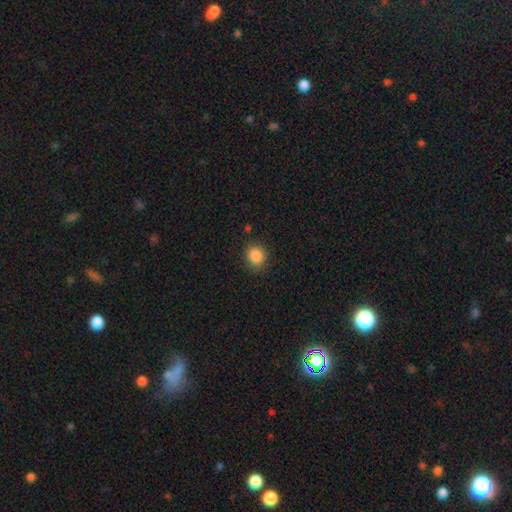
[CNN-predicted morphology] type=smooth (87%); roundness=round (78%); merging=none (86%).